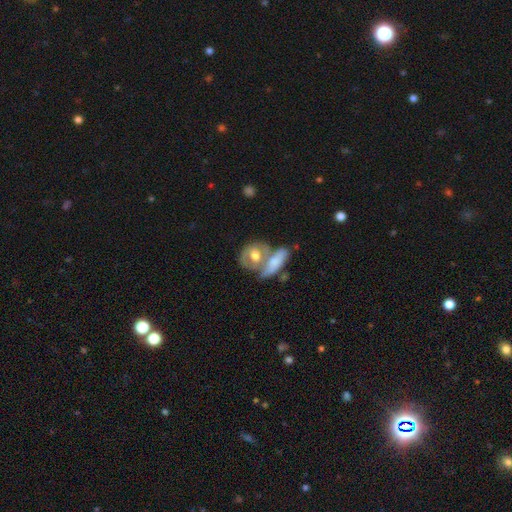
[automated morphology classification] A featured or disk galaxy (49%).

Vote fractions:
- Smooth or featured? featured or disk: 49% / smooth: 44% / star or artifact: 7%
- Merging? merger: 53% / none: 29% / minor disturbance: 11% / major disturbance: 7%